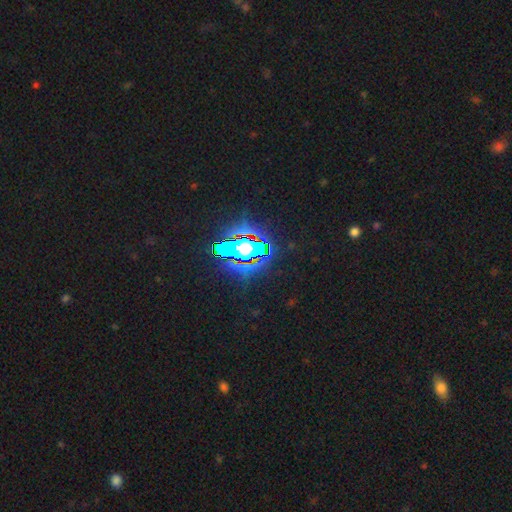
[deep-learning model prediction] Q: Smooth or featured?
A: star or artifact (84%); runner-up: smooth (9%)